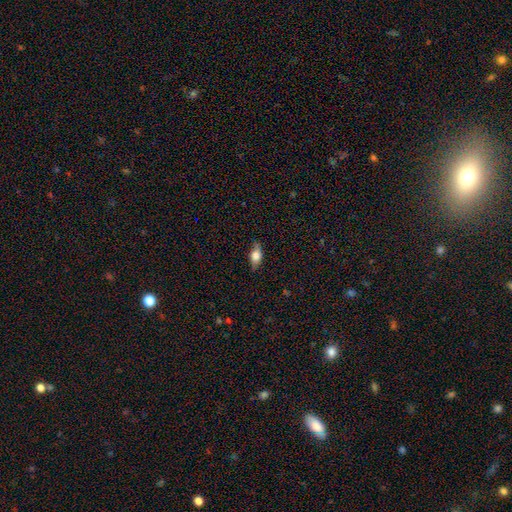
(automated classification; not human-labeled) smooth 66%, featured or disk 25%, star or artifact 9%. Down the decision tree: how rounded — in between (79%); merging — none (71%).